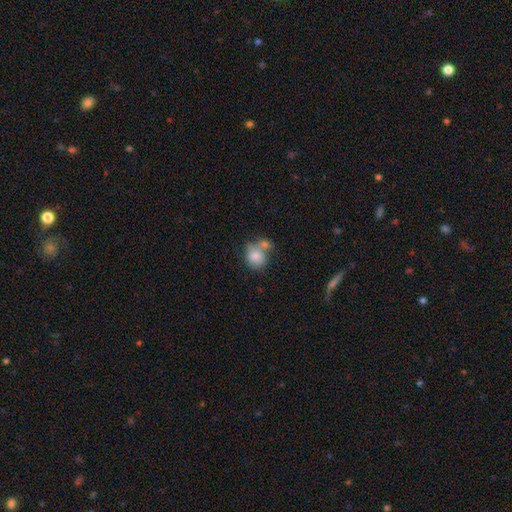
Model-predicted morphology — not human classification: This appears to be a smooth galaxy with no disk features (79%) that is round (73%). Merging: merger (44%).